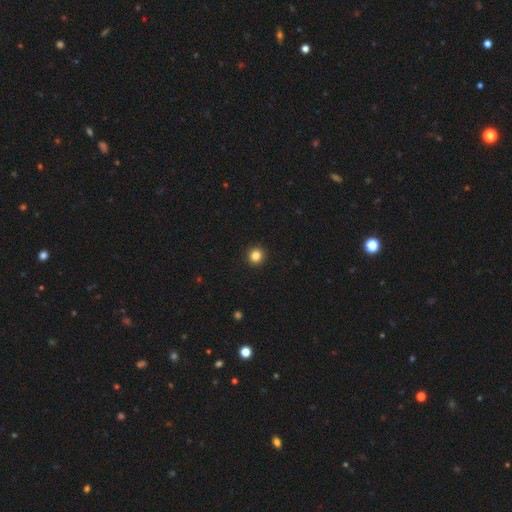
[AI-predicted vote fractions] Q: Smooth or featured?
A: smooth (84%); runner-up: star or artifact (11%)
Q: How rounded?
A: round (92%); runner-up: in between (8%)
Q: Merging?
A: none (93%); runner-up: minor disturbance (4%)